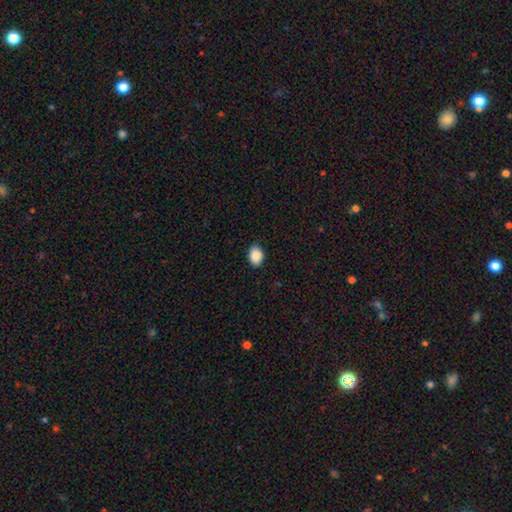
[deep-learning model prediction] Smooth or featured? smooth (89%)
How rounded? in between (82%)
Merging? none (87%)